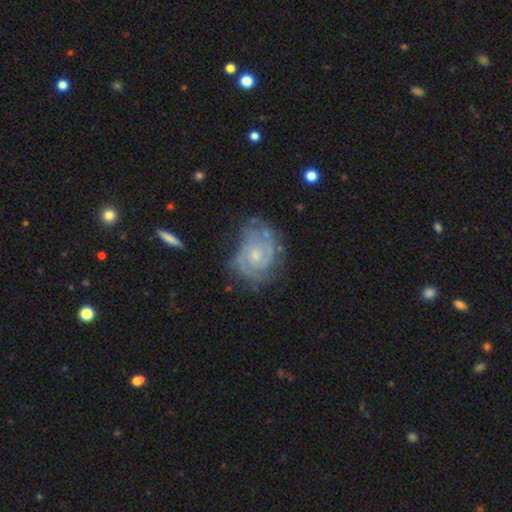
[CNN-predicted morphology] smooth_or_featured: featured or disk (p=0.85) [alt: smooth p=0.10]
disk_edge_on: no (p=0.98) [alt: yes p=0.02]
bar: no (p=0.66) [alt: weak p=0.30]
has_spiral_arms: yes (p=0.95) [alt: no p=0.05]
spiral_winding: tight (p=0.62) [alt: medium p=0.31]
spiral_arm_count: 2 (p=0.56) [alt: can't tell p=0.20]
bulge_size: small (p=0.63) [alt: moderate p=0.30]
merging: none (p=0.60) [alt: minor disturbance p=0.25]